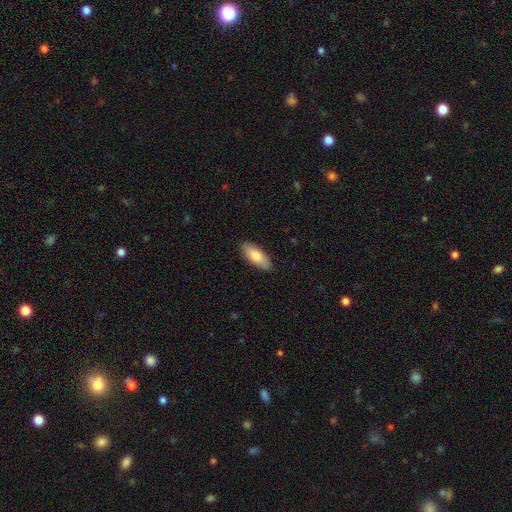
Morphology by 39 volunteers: smooth 69%, featured or disk 26%, star or artifact 5%. Down the decision tree: how rounded — in between (59%); merging — none (86%).